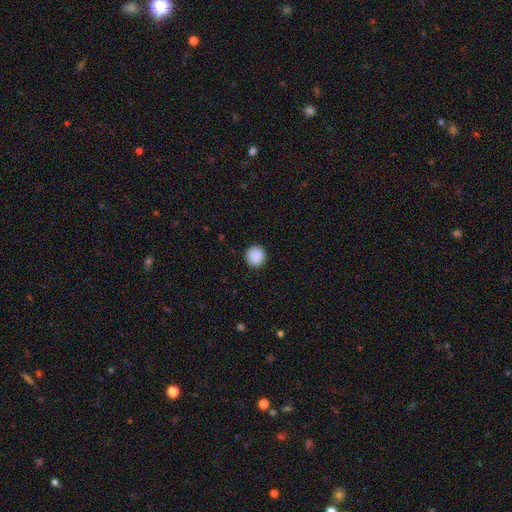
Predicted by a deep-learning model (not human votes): Overall: smooth (89%). How rounded: round (94%). Merging: none (91%).